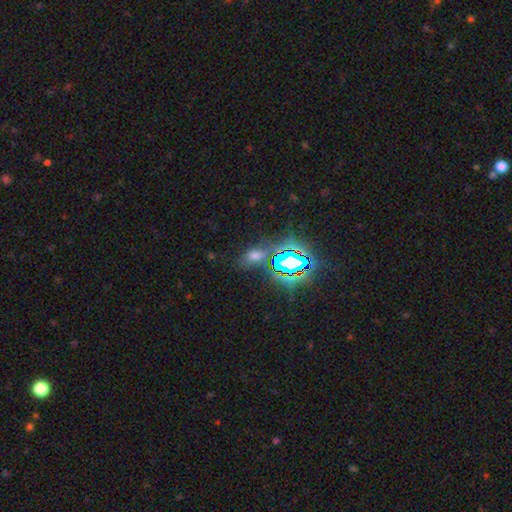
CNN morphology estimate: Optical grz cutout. It shows a star or artifact, not a galaxy (47%).